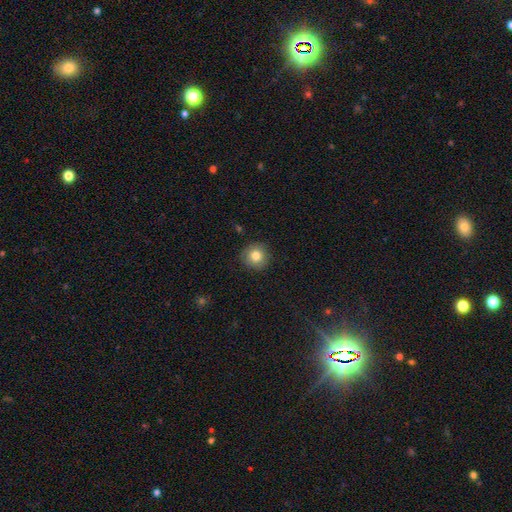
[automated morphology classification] smooth_or_featured: smooth (p=0.81) [alt: star or artifact p=0.10]
how_rounded: round (p=0.93) [alt: in between p=0.06]
merging: none (p=0.87) [alt: minor disturbance p=0.09]